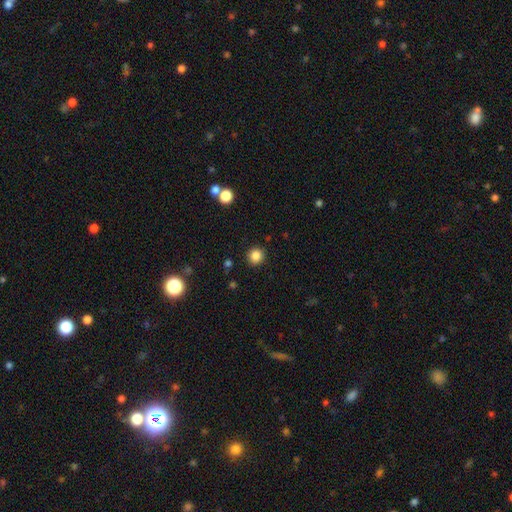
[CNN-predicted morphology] Q: Smooth or featured?
A: smooth (85%); runner-up: star or artifact (11%)
Q: How rounded?
A: round (90%); runner-up: in between (9%)
Q: Merging?
A: none (91%); runner-up: minor disturbance (6%)